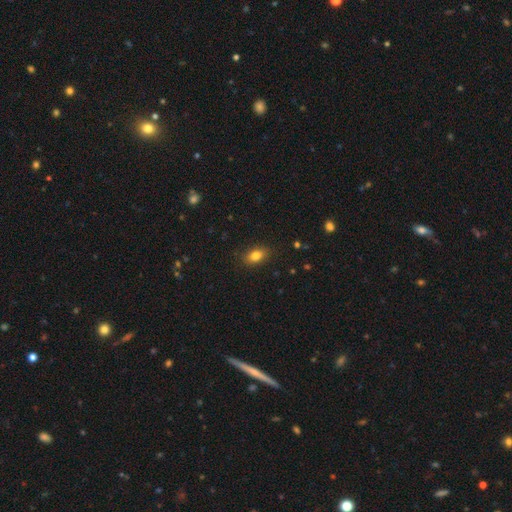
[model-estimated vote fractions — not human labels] smooth 82%, star or artifact 10%, featured or disk 8%. Down the decision tree: how rounded — in between (83%); merging — none (87%).